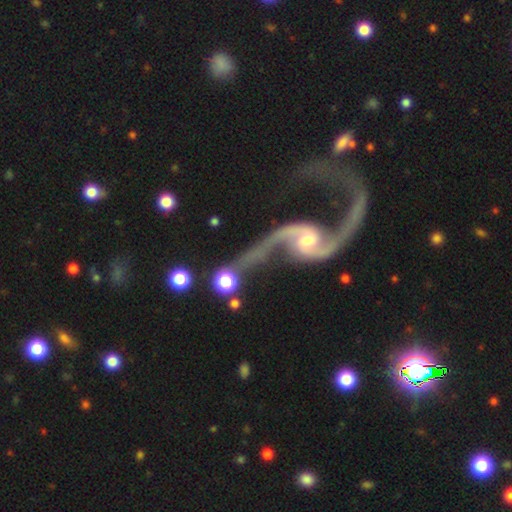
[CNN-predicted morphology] Overall: featured or disk (92%). Edge-on disk: no (97%). Bar: no (48%; weak 36%). Spiral arms: yes (97%). Spiral arm count: 2 (94%). Spiral winding: loose (81%). Bulge size: small (49%; moderate 43%). Merging: none (56%; major disturbance 17%).